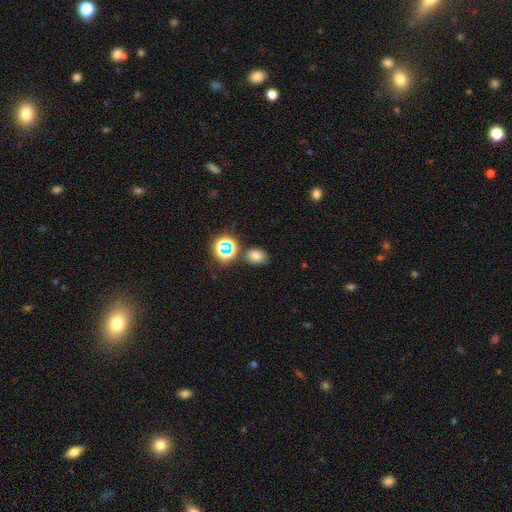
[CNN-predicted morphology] This is likely a smooth galaxy (70%). How rounded: likely in between (68%). Merging: likely none (76%).